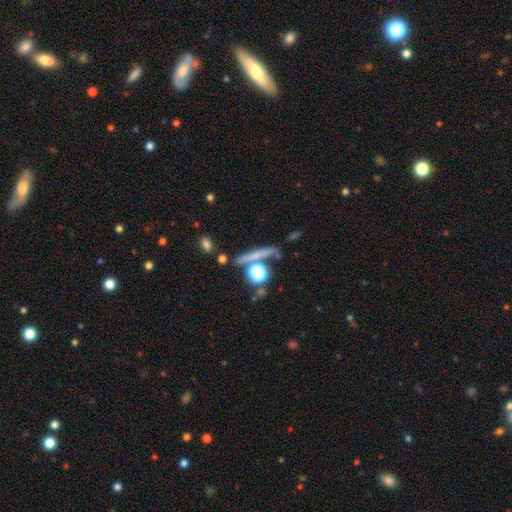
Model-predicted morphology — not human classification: type=smooth (48%); merging=none (73%).